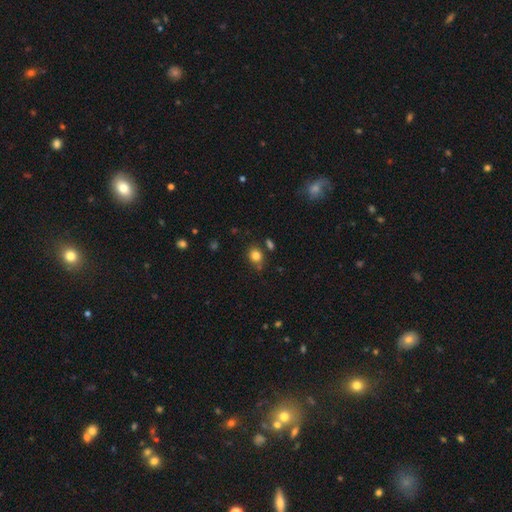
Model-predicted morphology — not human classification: smooth 82%, star or artifact 12%, featured or disk 6%. Down the decision tree: how rounded — round (64%); merging — none (74%).